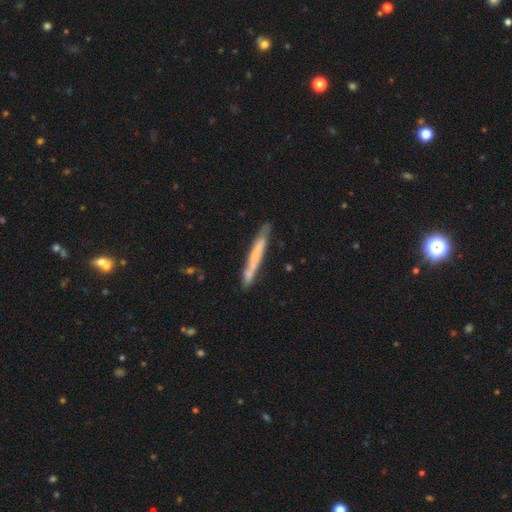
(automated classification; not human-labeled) This appears to be a smooth galaxy with no disk features (52%) that is cigar-shaped (96%). Merging: none (72%).